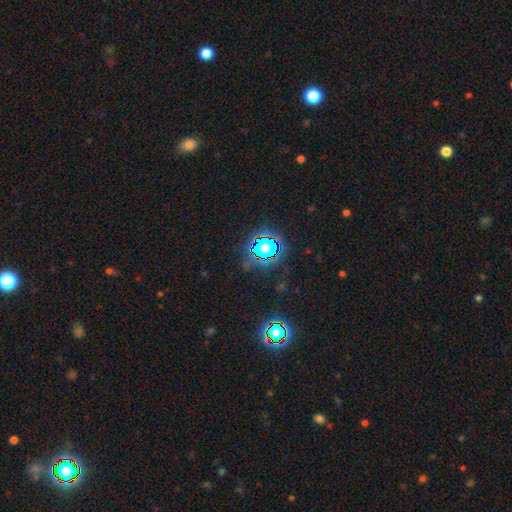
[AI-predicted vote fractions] This appears to be a star or artifact, not a galaxy (81%).